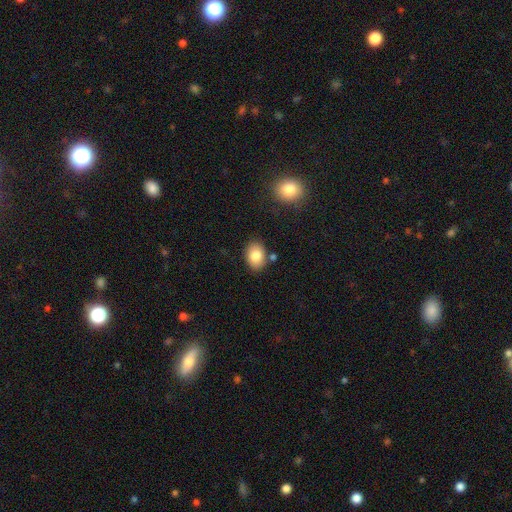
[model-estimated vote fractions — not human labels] Smooth or featured: smooth — 82% (featured or disk — 10%)
How rounded: in between — 72% (round — 27%)
Merging: none — 81% (minor disturbance — 11%)